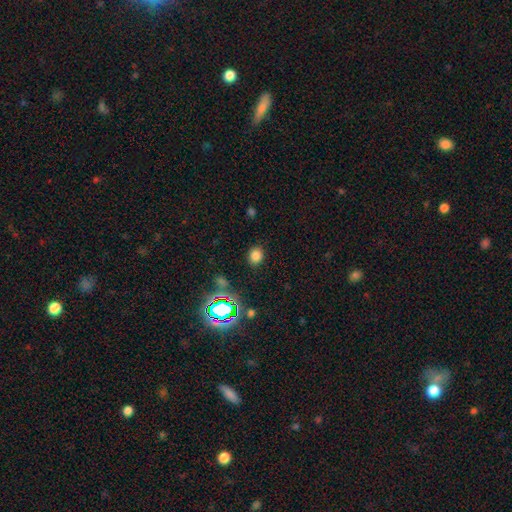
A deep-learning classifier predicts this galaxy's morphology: Smooth or featured: smooth — 76% (star or artifact — 18%)
How rounded: round — 69% (in between — 30%)
Merging: none — 87% (minor disturbance — 8%)